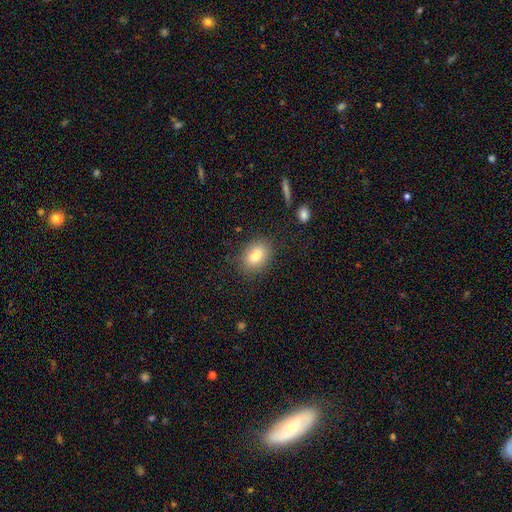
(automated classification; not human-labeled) Smooth or featured?
  - smooth: 79% *
  - featured or disk: 11%
  - star or artifact: 10%
How rounded?
  - in between: 68% *
  - round: 31%
  - cigar-shaped: 1%
Merging?
  - none: 83% *
  - minor disturbance: 12%
  - major disturbance: 4%
  - merger: 2%